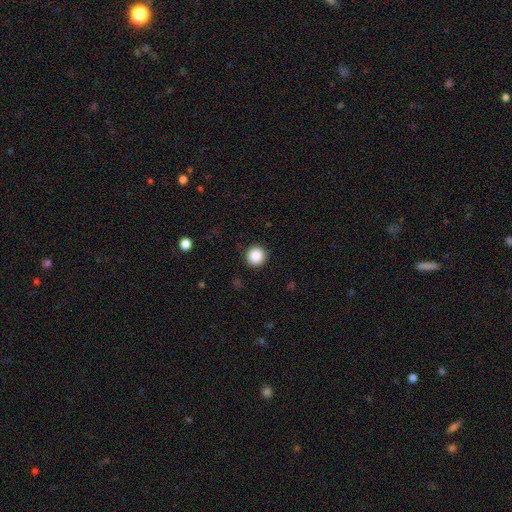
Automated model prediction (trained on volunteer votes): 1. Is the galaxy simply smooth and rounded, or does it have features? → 88% smooth, 9% star or artifact, 3% featured or disk.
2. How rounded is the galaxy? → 95% round, 4% in between, 1% cigar-shaped.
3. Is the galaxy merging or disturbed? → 91% none, 5% minor disturbance, 2% major disturbance, 1% merger.